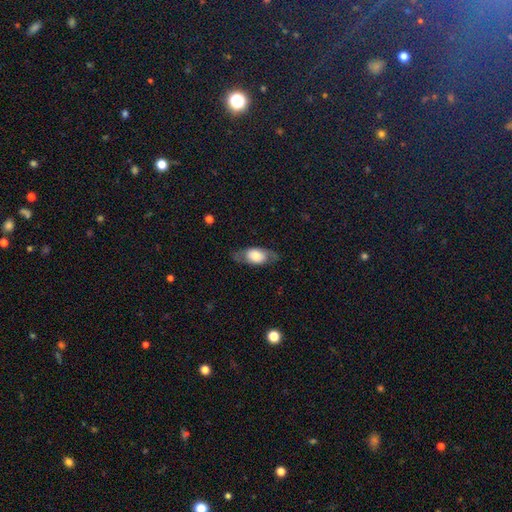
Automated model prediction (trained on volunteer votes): This appears to be a smooth galaxy with no disk features (59%) that is in between round and cigar-shaped (82%). Merging: none (75%).